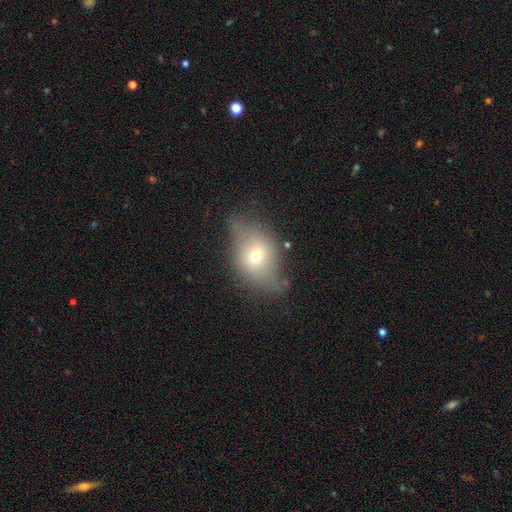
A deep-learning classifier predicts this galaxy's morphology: Smooth or featured? Predicted: smooth (p=0.56). How rounded? Predicted: in between (p=0.68). Merging? Predicted: none (p=0.59).